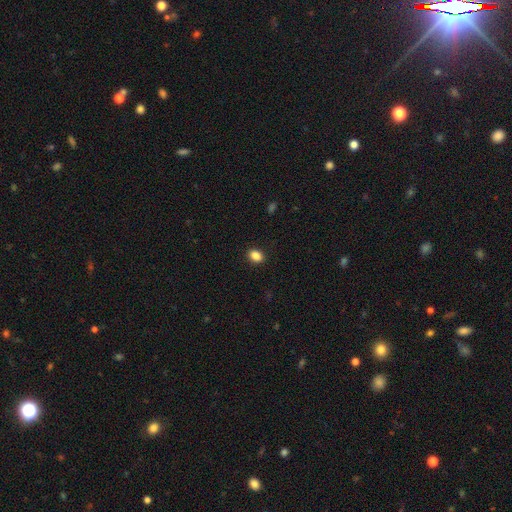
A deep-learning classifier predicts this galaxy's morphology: A smooth galaxy with no disk features (87%) that is in between round and cigar-shaped (73%).

Vote fractions:
- Smooth or featured? smooth: 87% / star or artifact: 9% / featured or disk: 3%
- How rounded? in between: 73% / round: 26% / cigar-shaped: 1%
- Merging? none: 90% / minor disturbance: 7% / major disturbance: 2% / merger: 1%